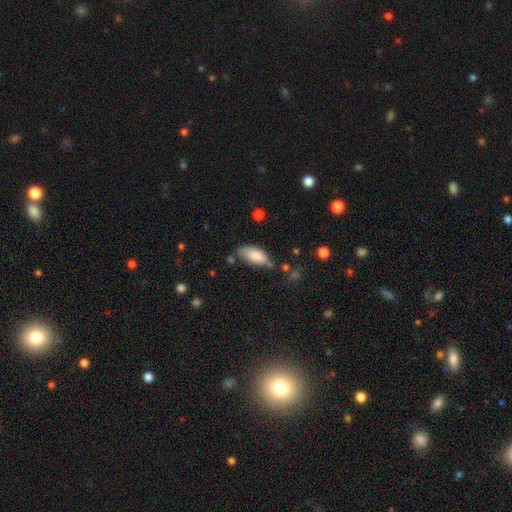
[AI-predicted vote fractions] Q: Smooth or featured?
A: smooth (82%); runner-up: featured or disk (11%)
Q: How rounded?
A: in between (86%); runner-up: cigar-shaped (12%)
Q: Merging?
A: none (64%); runner-up: minor disturbance (25%)